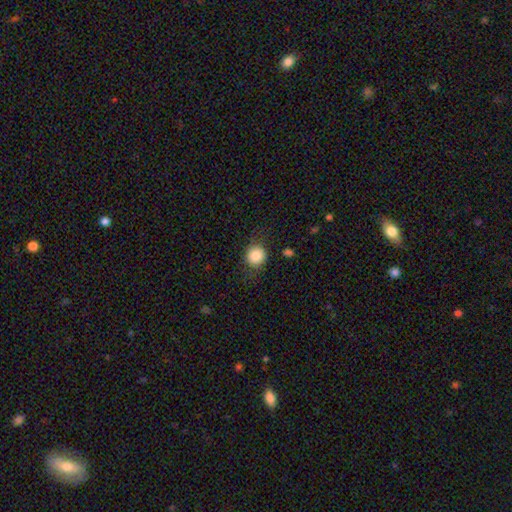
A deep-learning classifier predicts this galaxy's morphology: A smooth galaxy with no disk features (84%) that is round (86%).

Vote fractions:
- Smooth or featured? smooth: 84% / star or artifact: 9% / featured or disk: 7%
- How rounded? round: 86% / in between: 13% / cigar-shaped: 1%
- Merging? none: 78% / minor disturbance: 14% / major disturbance: 6% / merger: 2%